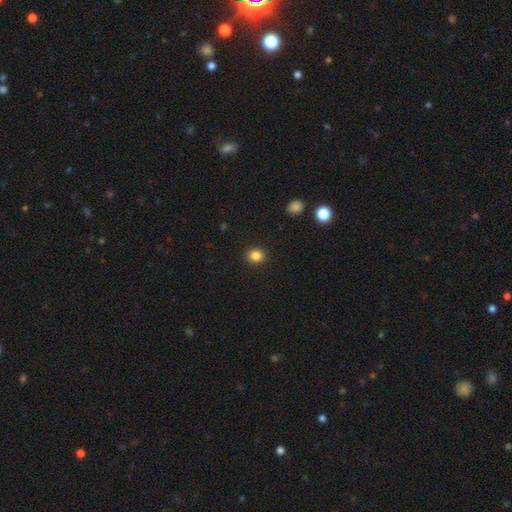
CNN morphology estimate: smooth-or-featured: smooth: 84% | star or artifact: 11% | featured or disk: 4%
  how-rounded: round: 78% | in between: 21% | cigar-shaped: 1%
  merging: none: 91% | minor disturbance: 6% | major disturbance: 2% | merger: 1%